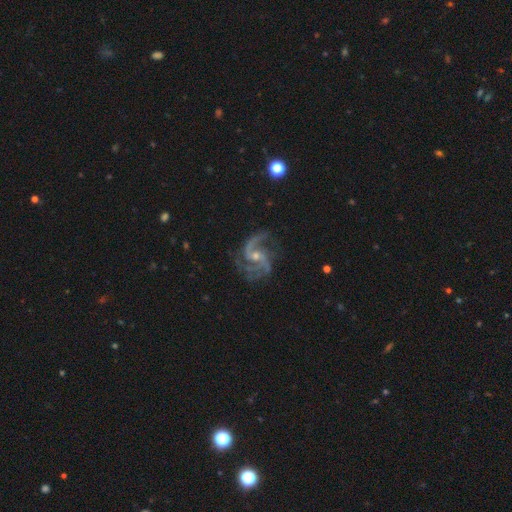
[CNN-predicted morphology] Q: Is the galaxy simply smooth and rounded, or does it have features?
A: featured or disk — 91%.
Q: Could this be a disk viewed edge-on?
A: no — 98%.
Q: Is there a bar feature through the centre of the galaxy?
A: no — 45%.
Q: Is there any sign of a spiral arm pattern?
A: yes — 98%.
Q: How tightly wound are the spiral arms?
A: medium — 53%.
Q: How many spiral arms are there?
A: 2 — 62%.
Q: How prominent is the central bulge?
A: small — 61%.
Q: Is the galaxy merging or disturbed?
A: none — 70%.